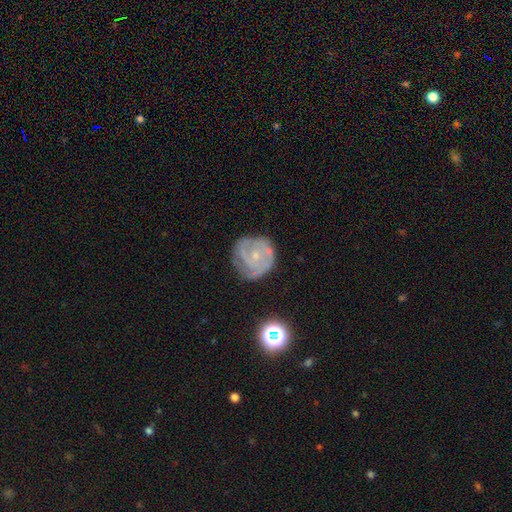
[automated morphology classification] featured or disk 72%, smooth 19%, star or artifact 8%. Down the decision tree: edge-on disk — no (98%); bar — no (75%); spiral arms — yes (84%); spiral arm count — can't tell (35%); spiral winding — tight (62%); bulge size — small (73%); merging — none (65%).